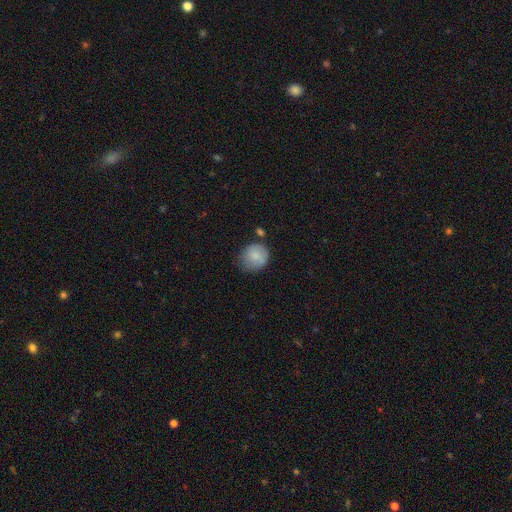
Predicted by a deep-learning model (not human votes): This appears to be a smooth galaxy with no disk features (85%) that is round (83%). Merging: none (61%).